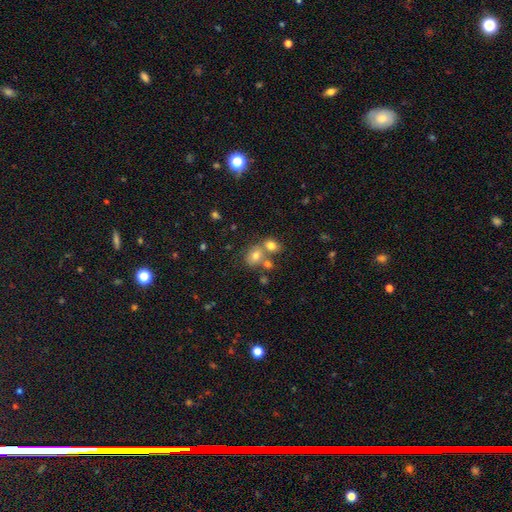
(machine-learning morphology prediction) A smooth galaxy with no disk features (72%) that is round (54%). Merging: merger (45%).